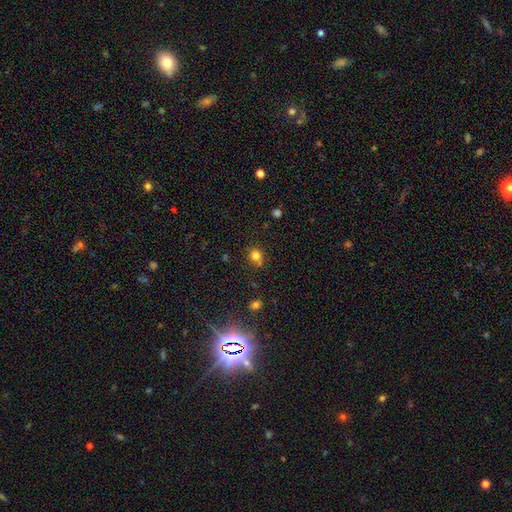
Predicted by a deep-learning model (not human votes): The model was most divided on "merging": none: 68%, merger: 16%, minor disturbance: 12%, major disturbance: 4%. More confident: how rounded — round (84%); smooth or featured — smooth (78%).